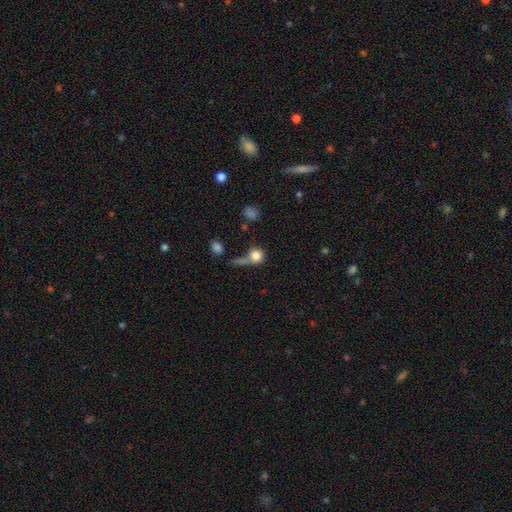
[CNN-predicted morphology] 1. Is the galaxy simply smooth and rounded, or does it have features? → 80% smooth, 10% star or artifact, 10% featured or disk.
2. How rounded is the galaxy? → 84% round, 13% in between, 2% cigar-shaped.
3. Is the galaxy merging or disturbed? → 45% none, 27% merger, 14% major disturbance, 14% minor disturbance.